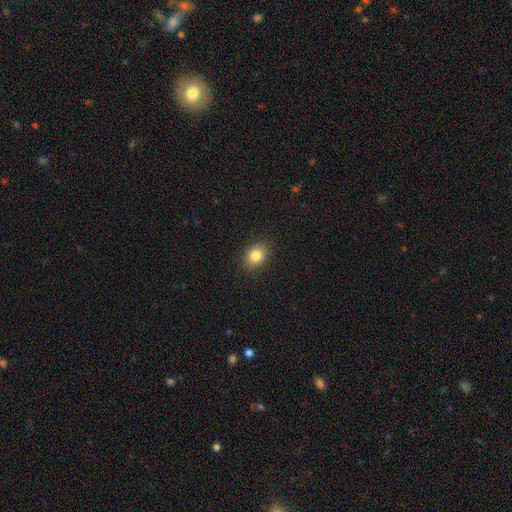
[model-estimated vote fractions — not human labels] Smooth or featured? smooth (84%)
How rounded? in between (59%)
Merging? none (89%)